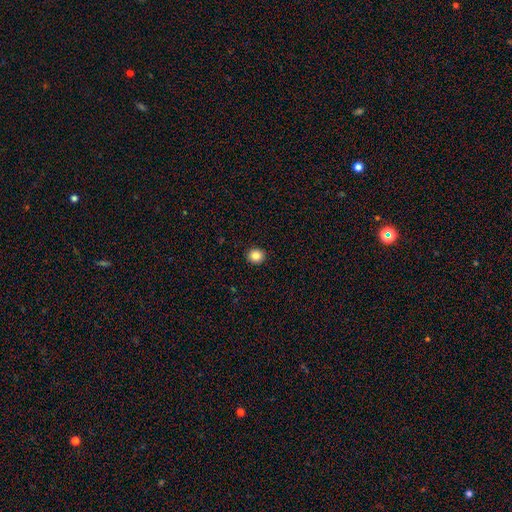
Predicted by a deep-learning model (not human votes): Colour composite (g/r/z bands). It shows a smooth galaxy with no disk features (85%) that is round (85%). Merging: none (93%).